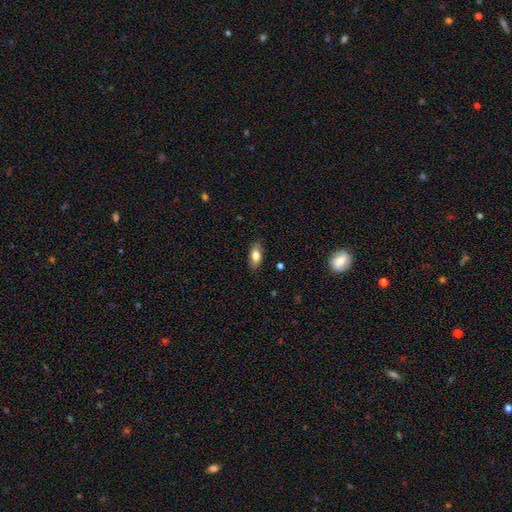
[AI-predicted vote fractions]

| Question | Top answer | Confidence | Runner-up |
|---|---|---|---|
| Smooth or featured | smooth | 77% | featured or disk (15%) |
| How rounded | in between | 85% | cigar-shaped (11%) |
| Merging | none | 86% | minor disturbance (10%) |